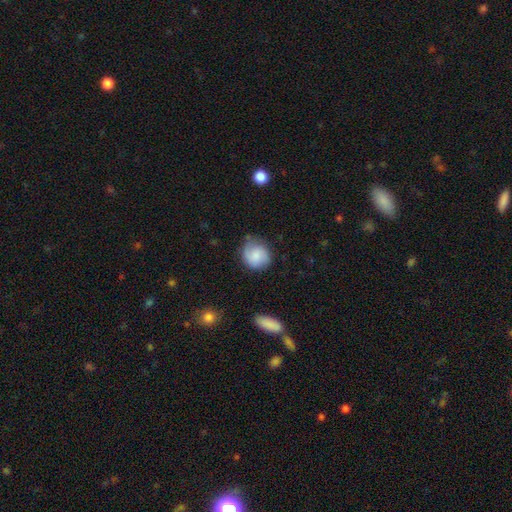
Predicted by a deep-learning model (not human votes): smooth 66%, featured or disk 26%, star or artifact 8%. Down the decision tree: how rounded — round (83%); merging — none (66%).